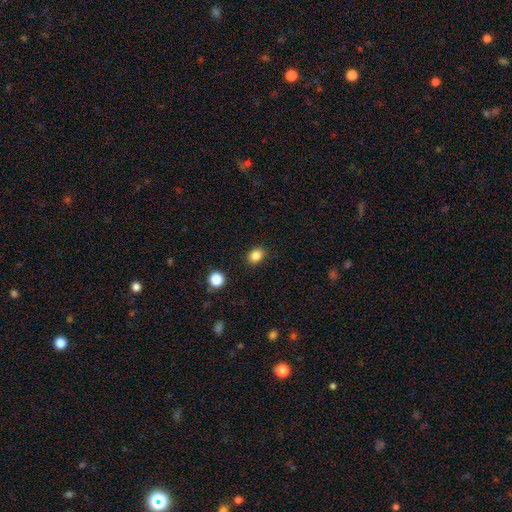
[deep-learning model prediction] A smooth galaxy with no disk features (84%) that is in between round and cigar-shaped (50%). Merging: none (87%).